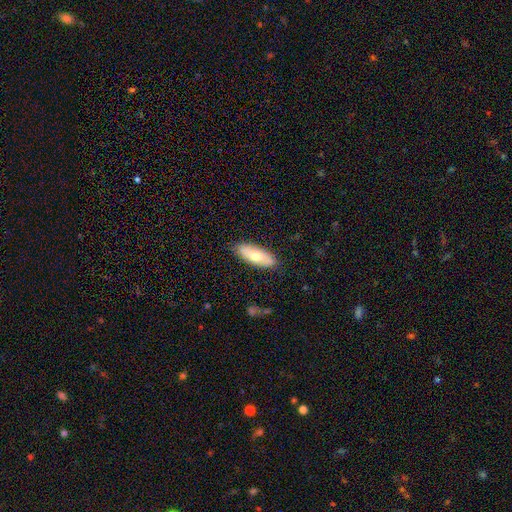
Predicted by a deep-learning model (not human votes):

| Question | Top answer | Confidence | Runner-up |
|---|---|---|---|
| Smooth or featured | smooth | 63% | featured or disk (32%) |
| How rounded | in between | 74% | cigar-shaped (24%) |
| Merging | none | 85% | minor disturbance (12%) |